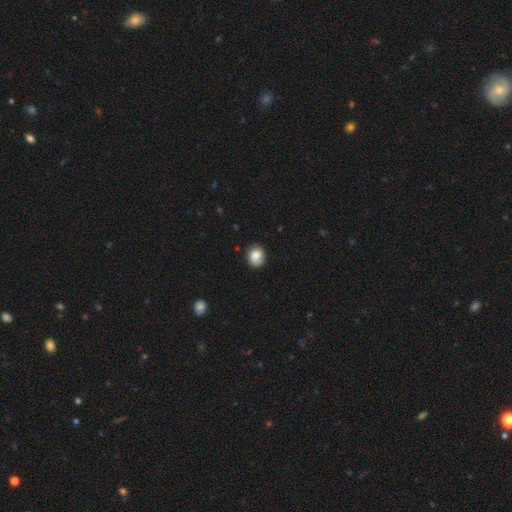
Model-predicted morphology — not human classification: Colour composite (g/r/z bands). It shows a smooth galaxy with no disk features (81%) that is round (57%). Merging: none (76%).